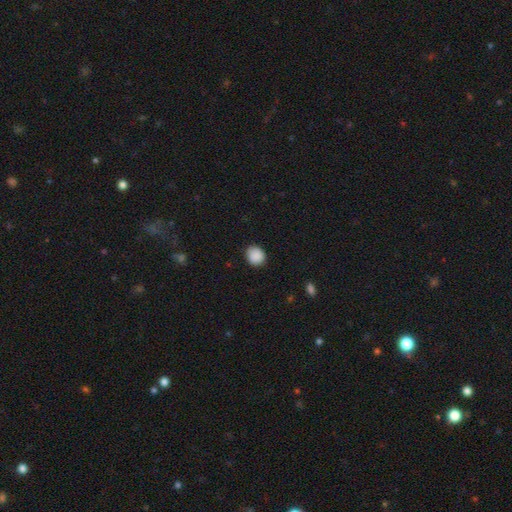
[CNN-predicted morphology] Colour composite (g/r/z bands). It shows a smooth galaxy with no disk features (89%) that is round (78%). Merging: none (86%).